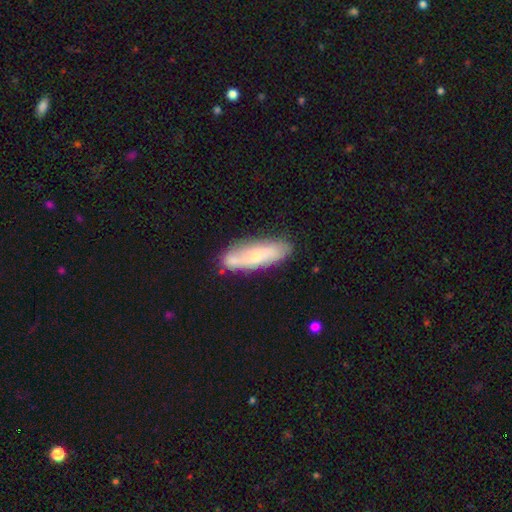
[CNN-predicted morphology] Smooth or featured?
  - featured or disk: 48% *
  - smooth: 46%
  - star or artifact: 6%
Merging?
  - none: 70% *
  - minor disturbance: 19%
  - merger: 6%
  - major disturbance: 5%